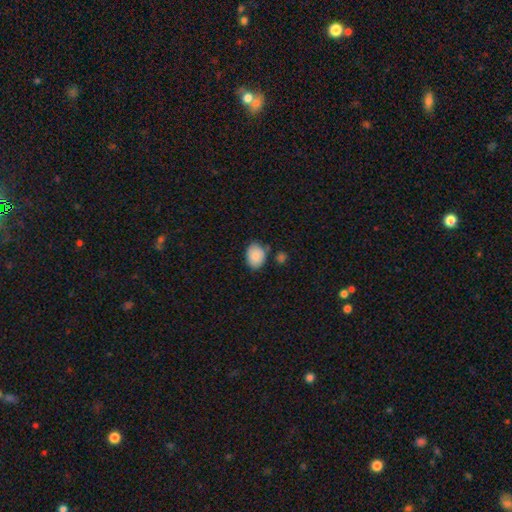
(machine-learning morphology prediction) smooth_or_featured: smooth (p=0.85) [alt: featured or disk p=0.08]
how_rounded: in between (p=0.69) [alt: round p=0.30]
merging: none (p=0.69) [alt: minor disturbance p=0.19]